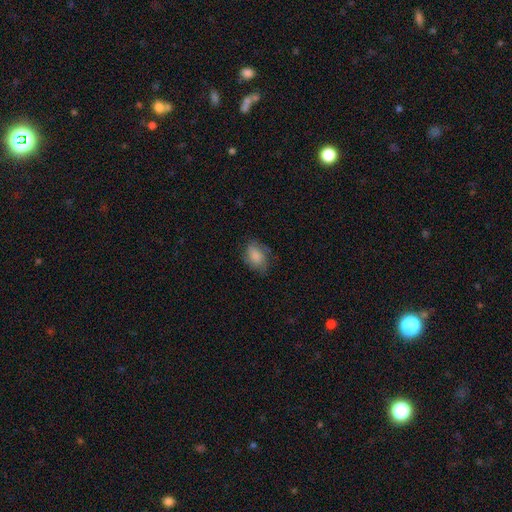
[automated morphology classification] Overall: smooth (73%). How rounded: in between (83%). Merging: none (62%; minor disturbance 26%).